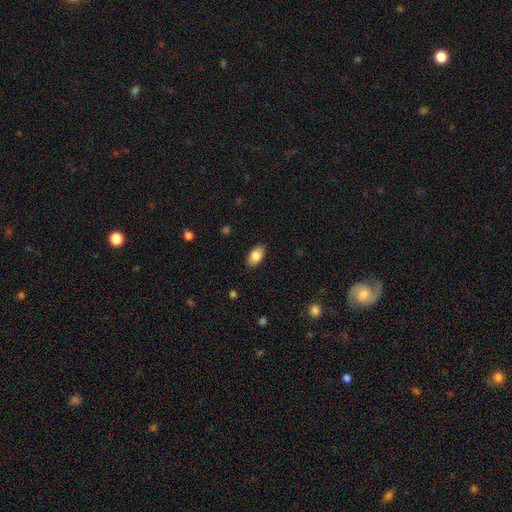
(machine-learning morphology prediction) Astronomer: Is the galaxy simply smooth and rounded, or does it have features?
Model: smooth — 83%.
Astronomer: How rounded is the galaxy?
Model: in between — 92%.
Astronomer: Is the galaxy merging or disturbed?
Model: none — 86%.